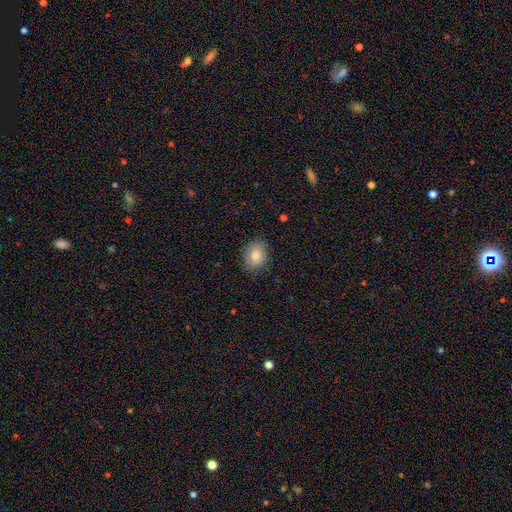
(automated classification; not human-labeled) Morphology: type=smooth (81%); roundness=in between (56%); merging=none (83%).